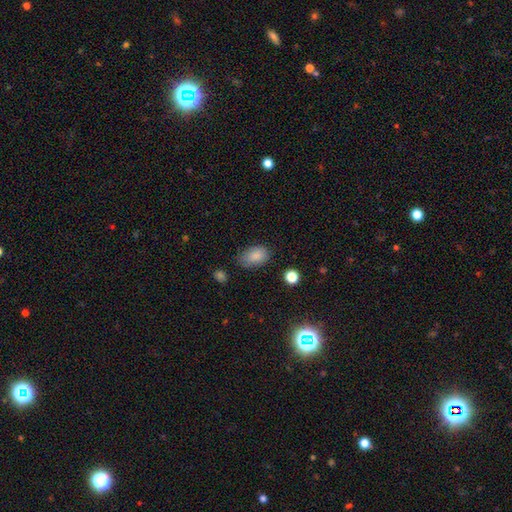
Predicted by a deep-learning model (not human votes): A smooth galaxy with no disk features (86%) that is in between round and cigar-shaped (86%). Merging: none (75%).